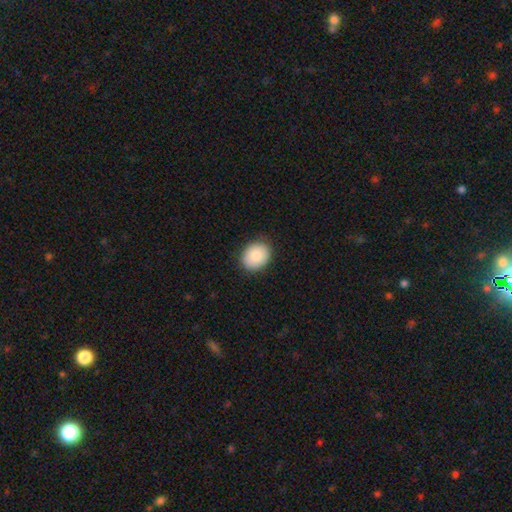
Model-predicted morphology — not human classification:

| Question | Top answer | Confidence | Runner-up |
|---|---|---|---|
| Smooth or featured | smooth | 85% | featured or disk (8%) |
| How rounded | round | 53% | in between (46%) |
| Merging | none | 87% | minor disturbance (10%) |